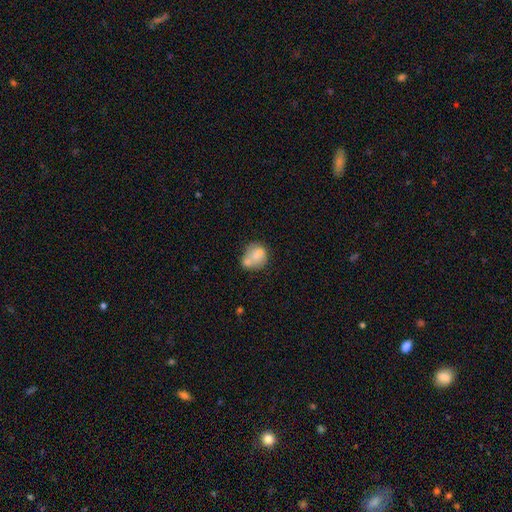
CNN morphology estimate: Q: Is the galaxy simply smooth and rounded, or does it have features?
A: smooth — 65%.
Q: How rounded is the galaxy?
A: round — 59%.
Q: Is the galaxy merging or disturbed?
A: merger — 50%.